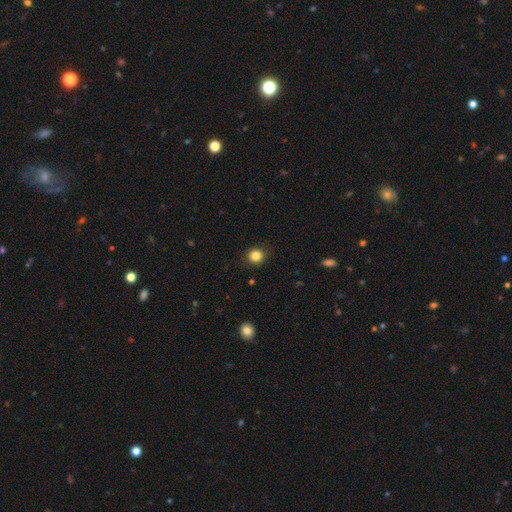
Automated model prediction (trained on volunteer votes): This is clearly a smooth galaxy (84%). How rounded: clearly round (90%). Merging: clearly none (89%).